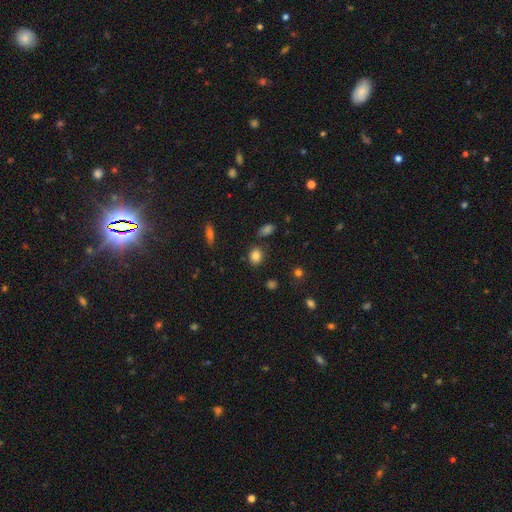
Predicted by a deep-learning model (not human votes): Smooth or featured? smooth (83%)
How rounded? round (50%)
Merging? none (81%)